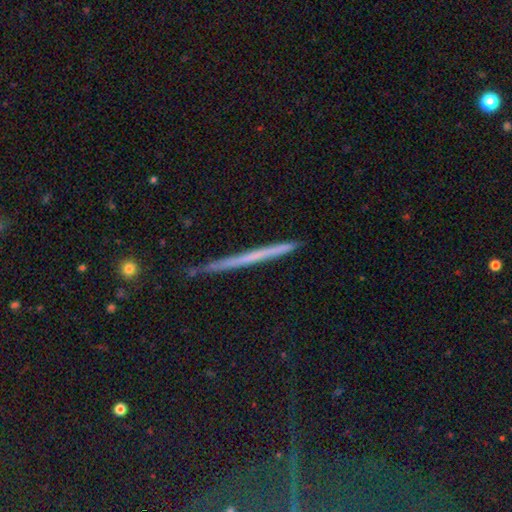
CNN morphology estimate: Smooth or featured?
  - featured or disk: 50% *
  - smooth: 39%
  - star or artifact: 11%
Merging?
  - none: 88% *
  - minor disturbance: 9%
  - major disturbance: 1%
  - merger: 1%